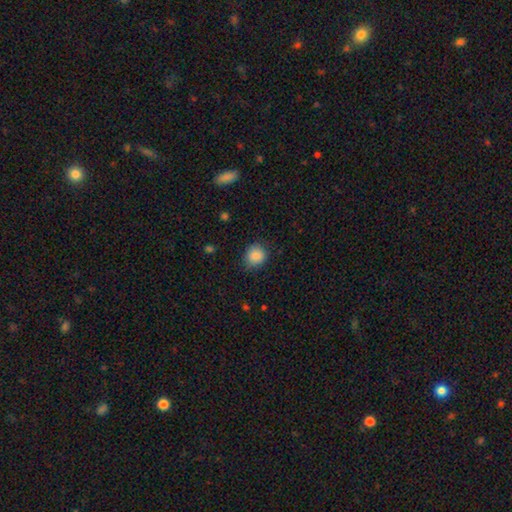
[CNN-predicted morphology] The model was most divided on "merging": none: 77%, minor disturbance: 18%, major disturbance: 4%, merger: 1%. More confident: smooth or featured — smooth (87%); how rounded — round (80%).